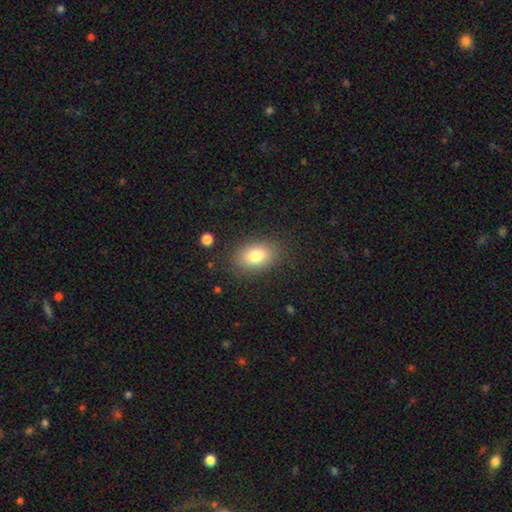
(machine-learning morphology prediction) This appears to be a smooth galaxy with no disk features (81%) that is in between round and cigar-shaped (82%). Merging: none (85%).